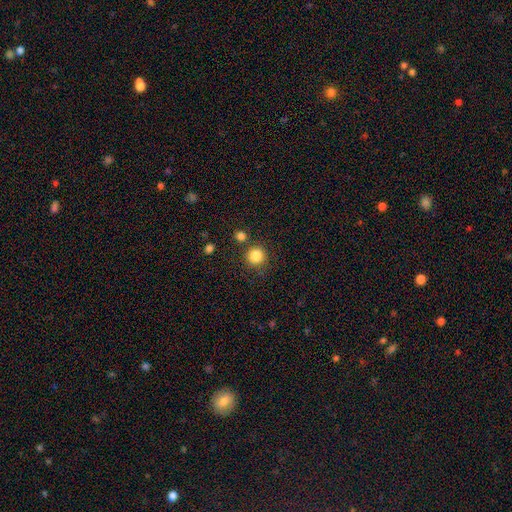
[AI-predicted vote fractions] Morphology: type=smooth (85%); roundness=round (94%); merging=none (81%).